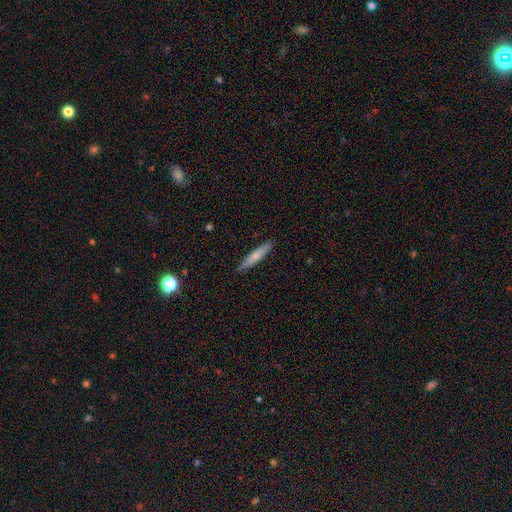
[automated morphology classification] smooth 69%, featured or disk 25%, star or artifact 6%. Down the decision tree: how rounded — cigar-shaped (92%); merging — none (89%).